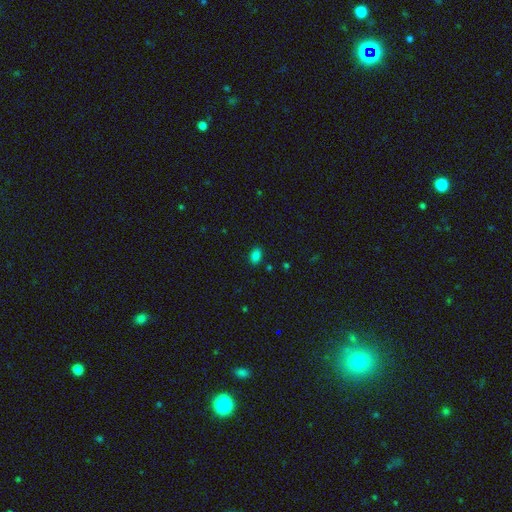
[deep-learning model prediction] Morphology: type=smooth (82%); roundness=in between (86%); merging=none (87%).